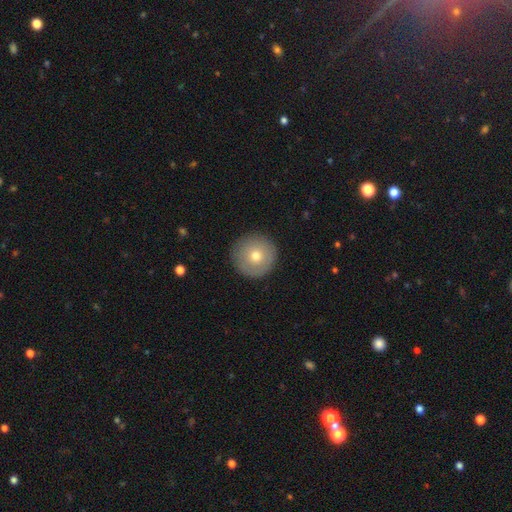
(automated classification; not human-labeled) This appears to be a smooth galaxy with no disk features (70%) that is round (96%). Merging: none (90%).